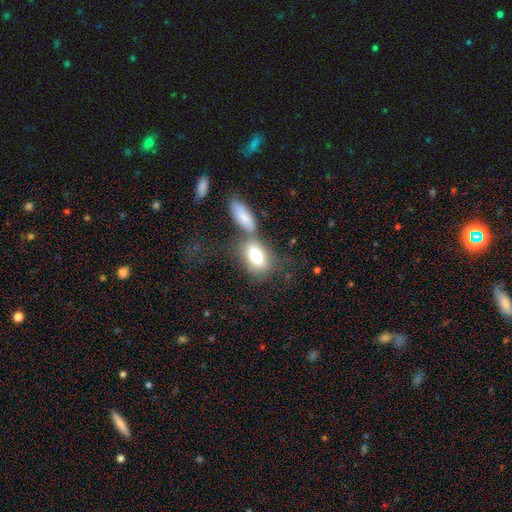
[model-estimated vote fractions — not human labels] Q: Smooth or featured?
A: smooth (75%); runner-up: featured or disk (17%)
Q: How rounded?
A: in between (84%); runner-up: round (12%)
Q: Merging?
A: none (46%); runner-up: merger (33%)